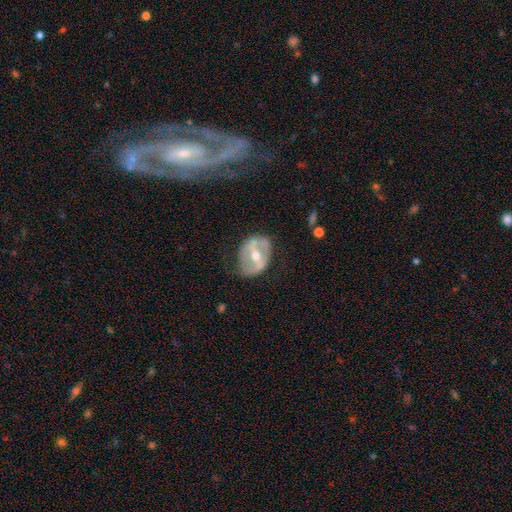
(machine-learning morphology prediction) A featured or disk galaxy (71%) with a strong bar (55%), no spiral arms (57%) and a moderate central bulge (68%). Merging: none (66%).